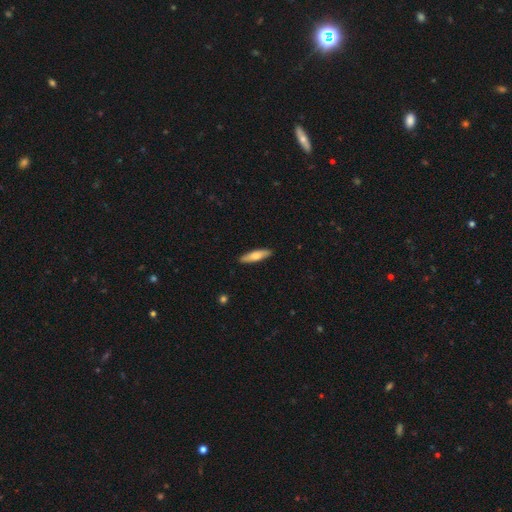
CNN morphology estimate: smooth 68%, featured or disk 26%, star or artifact 5%. Down the decision tree: how rounded — cigar-shaped (74%); merging — none (90%).